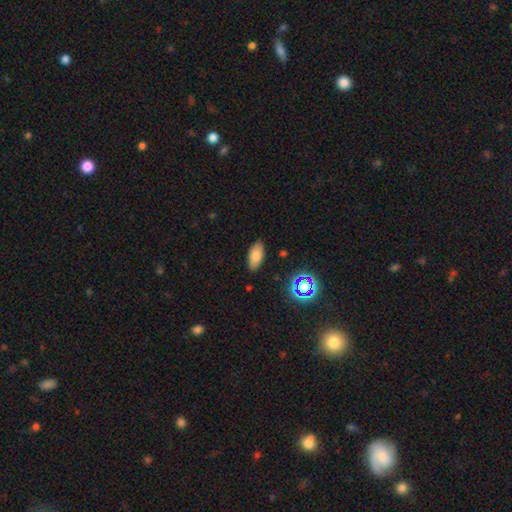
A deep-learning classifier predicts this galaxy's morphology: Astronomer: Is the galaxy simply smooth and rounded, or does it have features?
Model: smooth — 76%.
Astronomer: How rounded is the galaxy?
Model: in between — 88%.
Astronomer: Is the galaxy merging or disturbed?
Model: none — 86%.